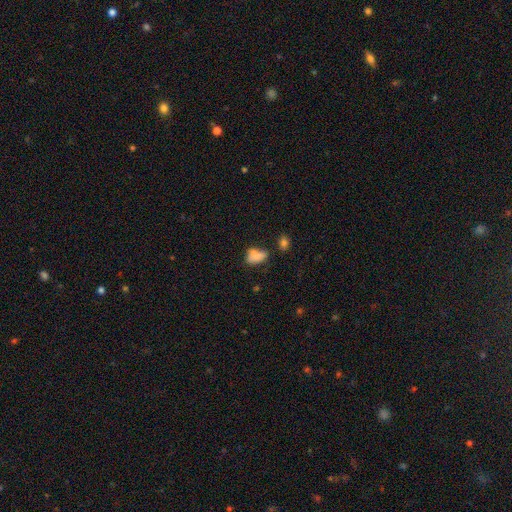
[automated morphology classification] Smooth or featured? smooth (75%)
How rounded? in between (86%)
Merging? none (40%)